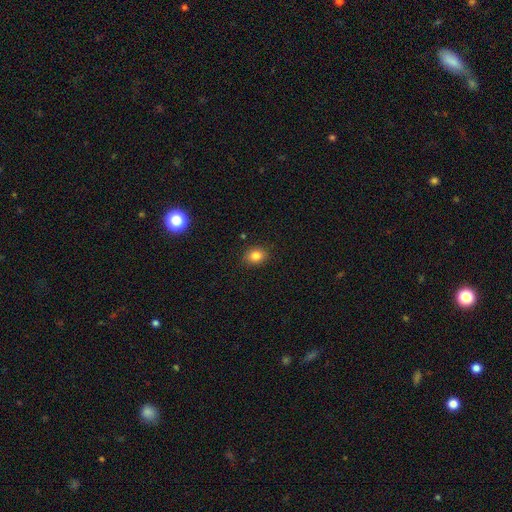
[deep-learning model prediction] The model was most divided on "how rounded": in between: 54%, round: 44%, cigar-shaped: 1%. More confident: merging — none (87%); smooth or featured — smooth (83%).